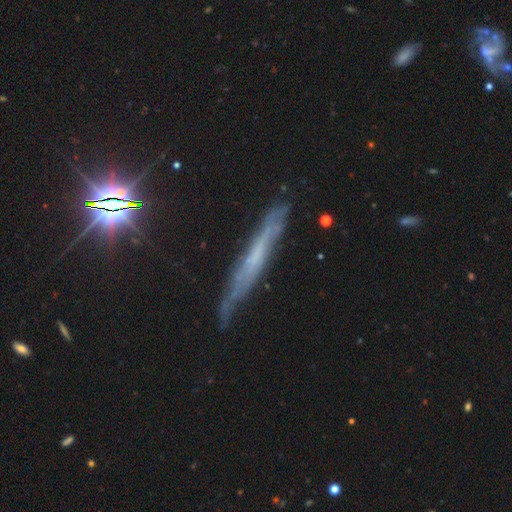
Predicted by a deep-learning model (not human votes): A featured or disk galaxy (62%) viewed edge-on (85%) with no central bulge (74%).

Vote fractions:
- Smooth or featured? featured or disk: 62% / smooth: 24% / star or artifact: 14%
- Edge-on disk? yes: 85% / no: 15%
- Edge-on bulge? none: 74% / rounded: 17% / boxy: 9%
- Merging? none: 73% / minor disturbance: 21% / major disturbance: 4% / merger: 2%